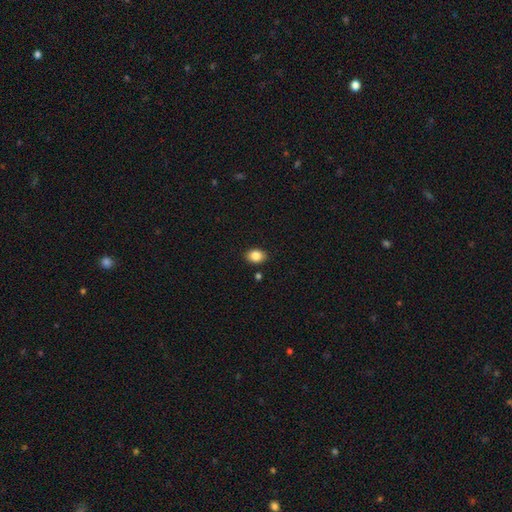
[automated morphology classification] Smooth or featured? smooth (85%)
How rounded? in between (70%)
Merging? none (88%)